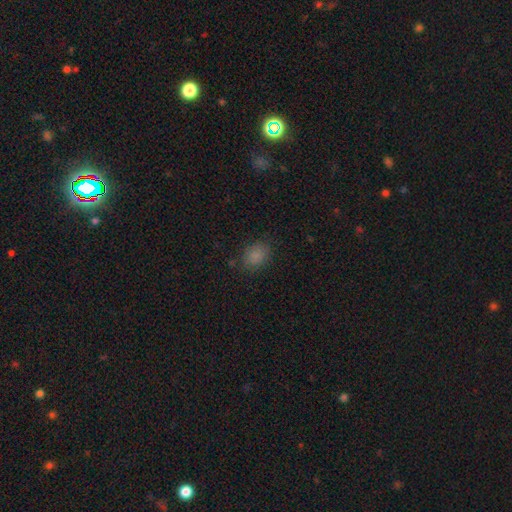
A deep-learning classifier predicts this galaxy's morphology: smooth_or_featured: smooth (p=0.83) [alt: star or artifact p=0.12]
how_rounded: in between (p=0.64) [alt: round p=0.35]
merging: none (p=0.82) [alt: minor disturbance p=0.13]